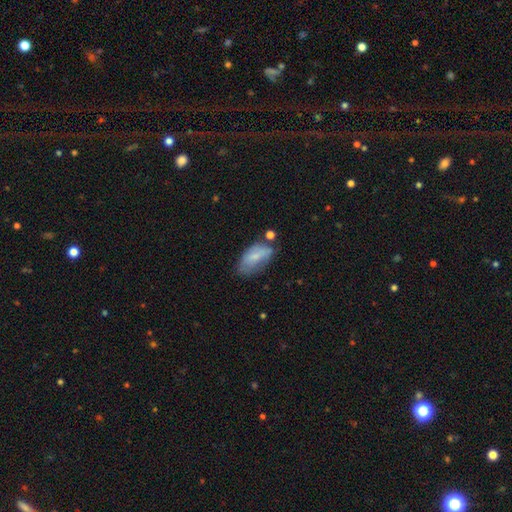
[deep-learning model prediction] smooth-or-featured: smooth: 70% | featured or disk: 22% | star or artifact: 8%
  how-rounded: in between: 91% | cigar-shaped: 6% | round: 3%
  merging: none: 44% | minor disturbance: 34% | major disturbance: 14% | merger: 8%